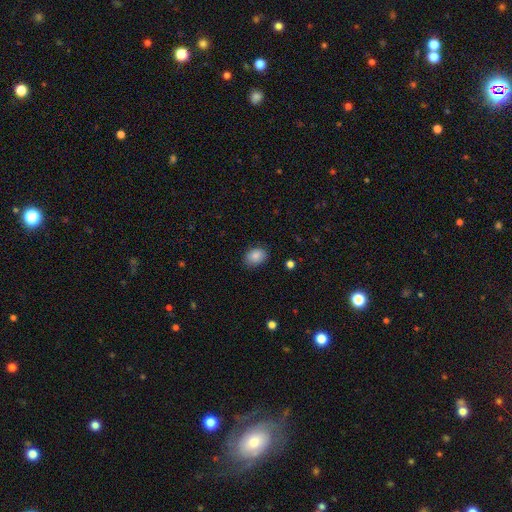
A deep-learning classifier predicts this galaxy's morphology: Q: Smooth or featured?
A: smooth (87%); runner-up: star or artifact (8%)
Q: How rounded?
A: in between (70%); runner-up: round (30%)
Q: Merging?
A: none (86%); runner-up: minor disturbance (10%)